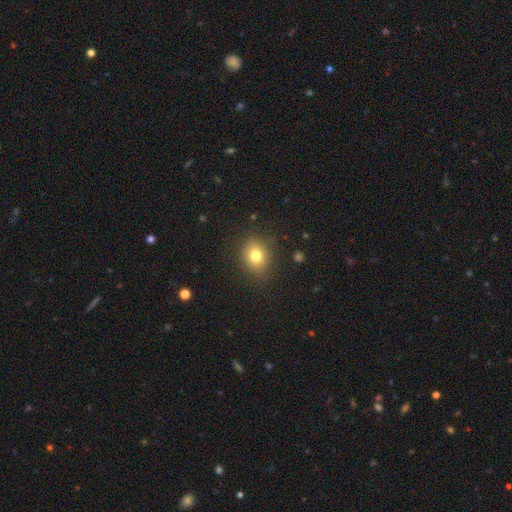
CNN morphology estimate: type=smooth (78%); roundness=round (63%); merging=none (84%).